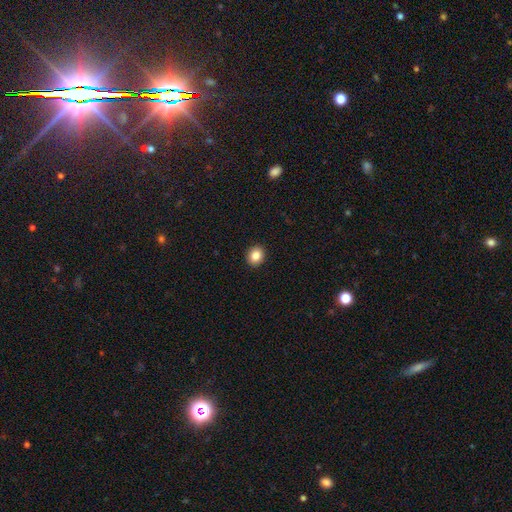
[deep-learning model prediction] Morphology: type=smooth (86%); roundness=round (72%); merging=none (93%).